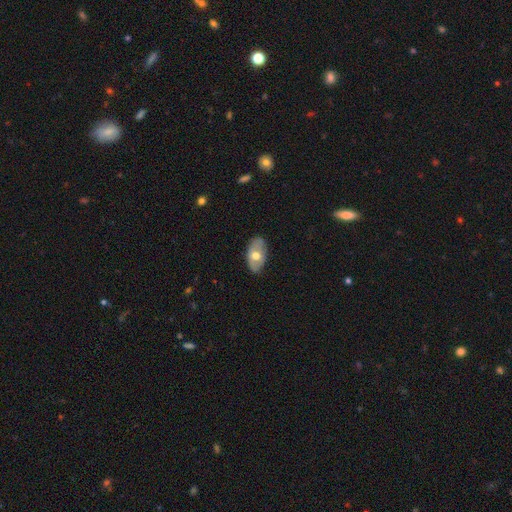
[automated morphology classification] Smooth or featured? smooth (55%)
How rounded? in between (91%)
Merging? none (78%)